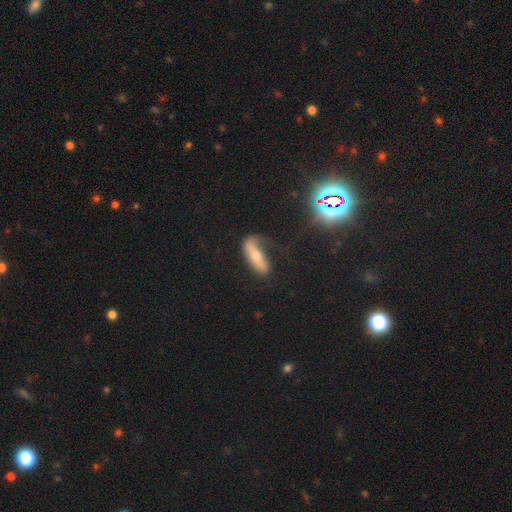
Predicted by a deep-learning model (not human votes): smooth_or_featured: smooth (p=0.51) [alt: featured or disk p=0.40]
how_rounded: in between (p=0.51) [alt: cigar-shaped p=0.46]
merging: none (p=0.42) [alt: minor disturbance p=0.28]